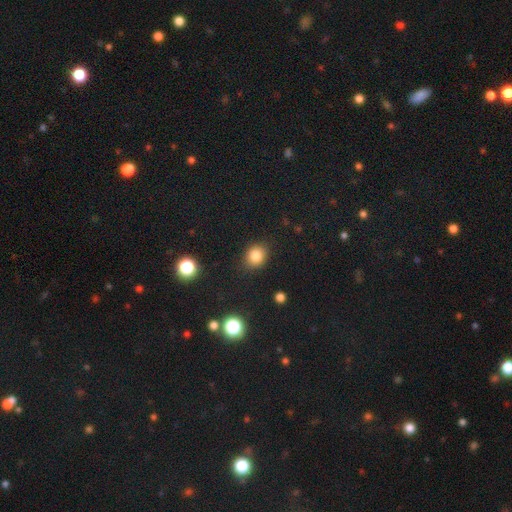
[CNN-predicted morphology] Smooth or featured? smooth (82%)
How rounded? round (64%)
Merging? none (86%)